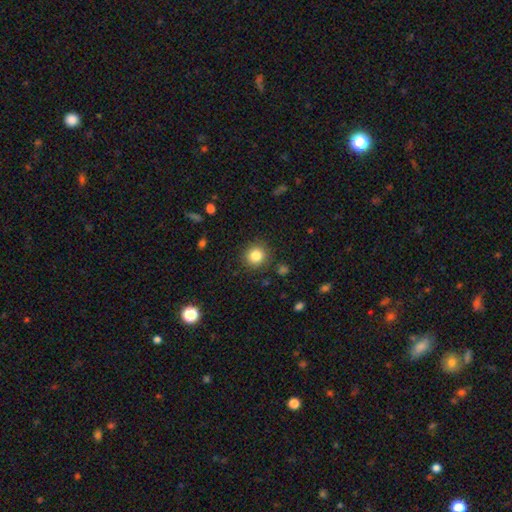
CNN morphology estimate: smooth_or_featured: smooth (p=0.84) [alt: star or artifact p=0.11]
how_rounded: round (p=0.92) [alt: in between p=0.08]
merging: none (p=0.89) [alt: minor disturbance p=0.07]